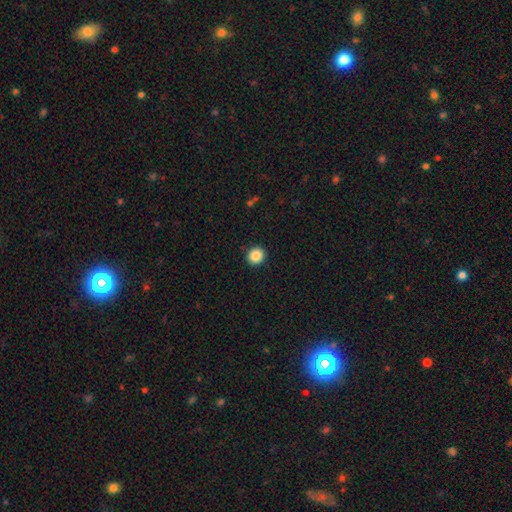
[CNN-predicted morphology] Q: Smooth or featured?
A: smooth (87%); runner-up: star or artifact (9%)
Q: How rounded?
A: round (90%); runner-up: in between (9%)
Q: Merging?
A: none (92%); runner-up: minor disturbance (5%)